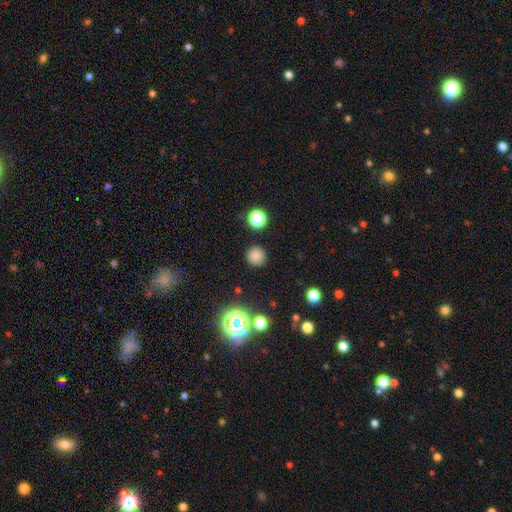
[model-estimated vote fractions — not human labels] Overall: smooth (80%). How rounded: round (95%). Merging: none (89%).